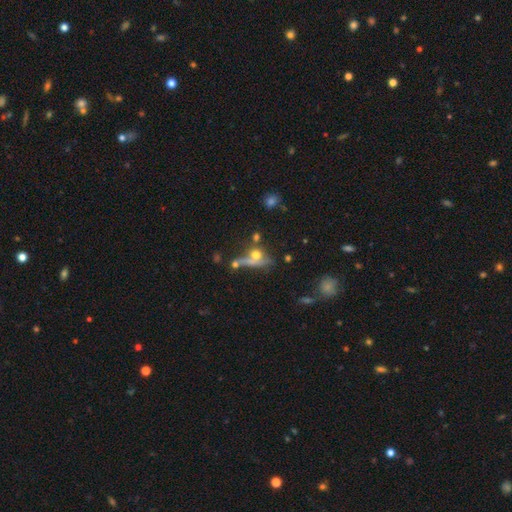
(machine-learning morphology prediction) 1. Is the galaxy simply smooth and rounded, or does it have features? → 54% smooth, 28% featured or disk, 18% star or artifact.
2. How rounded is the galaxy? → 50% round, 32% in between, 18% cigar-shaped.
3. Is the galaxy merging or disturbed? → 36% none, 32% merger, 17% major disturbance, 14% minor disturbance.